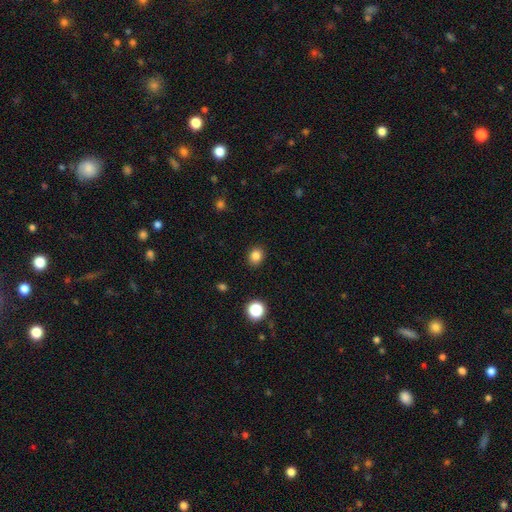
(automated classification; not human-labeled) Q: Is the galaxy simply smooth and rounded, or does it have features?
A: smooth — 83%.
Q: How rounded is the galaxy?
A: round — 61%.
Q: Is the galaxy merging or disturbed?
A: none — 89%.